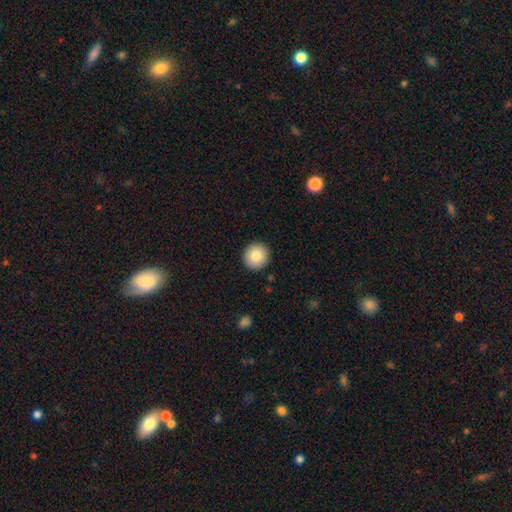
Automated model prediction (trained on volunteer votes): Smooth or featured? Predicted: smooth (p=0.83). How rounded? Predicted: round (p=0.94). Merging? Predicted: none (p=0.92).